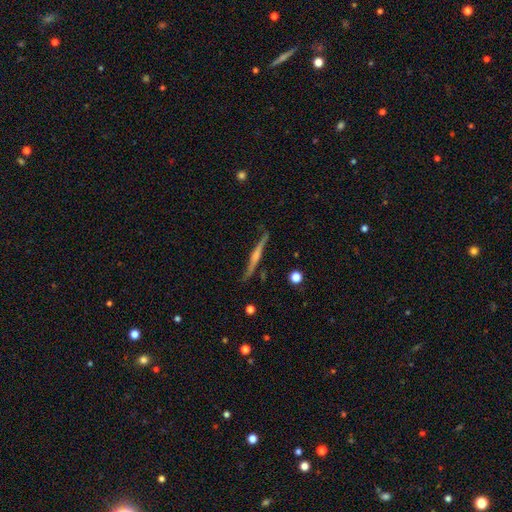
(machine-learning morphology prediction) A featured or disk galaxy (74%) viewed edge-on (98%) with a rounded central bulge (58%).

Vote fractions:
- Smooth or featured? featured or disk: 74% / smooth: 20% / star or artifact: 6%
- Edge-on disk? yes: 98% / no: 2%
- Edge-on bulge? rounded: 58% / none: 25% / boxy: 17%
- Merging? none: 87% / minor disturbance: 9% / major disturbance: 2% / merger: 2%